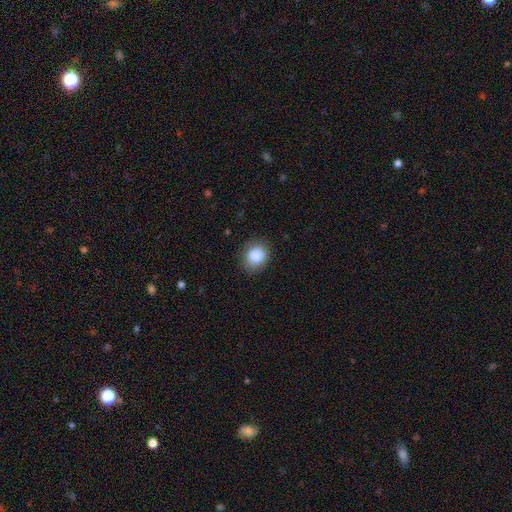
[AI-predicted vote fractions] A smooth galaxy with no disk features (87%) that is round (68%).

Vote fractions:
- Smooth or featured? smooth: 87% / star or artifact: 8% / featured or disk: 5%
- How rounded? round: 68% / in between: 31% / cigar-shaped: 1%
- Merging? none: 79% / minor disturbance: 16% / major disturbance: 4% / merger: 1%